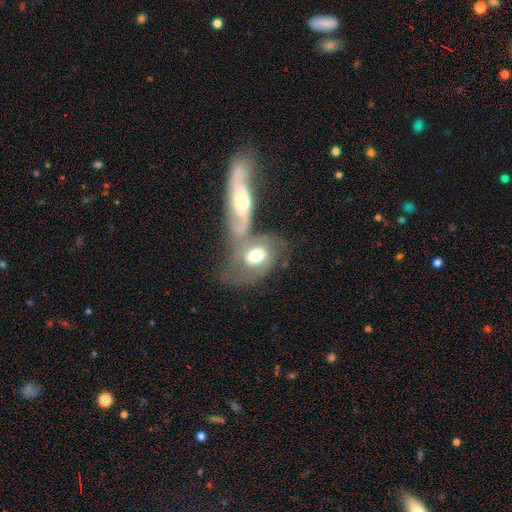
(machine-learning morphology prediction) smooth_or_featured: featured or disk (p=0.50) [alt: smooth p=0.44]
merging: merger (p=0.61) [alt: none p=0.21]